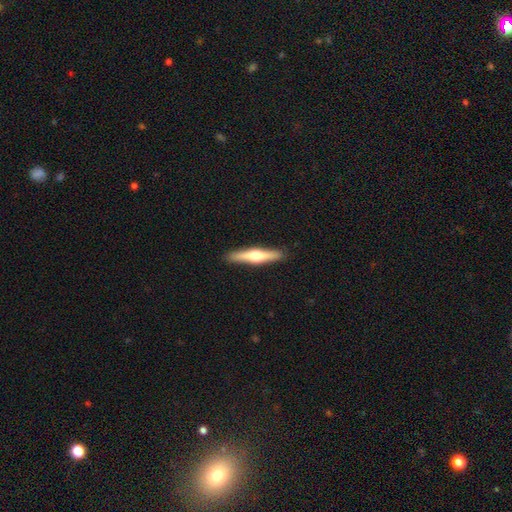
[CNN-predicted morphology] type=featured or disk (59%); edge-on=yes (96%); edge-on bulge=rounded (93%); merging=none (91%).